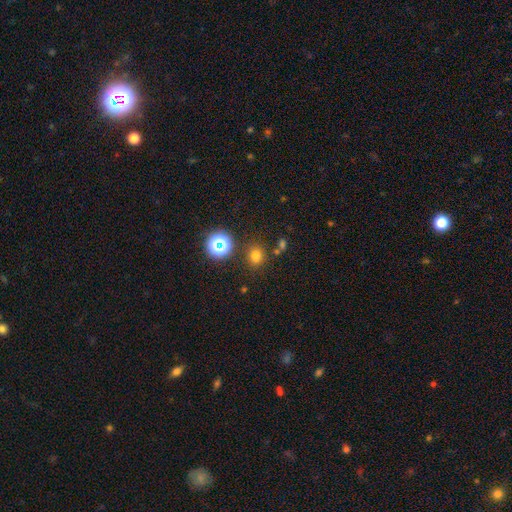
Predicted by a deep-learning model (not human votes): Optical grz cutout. It shows a smooth galaxy with no disk features (71%) that is round (73%). Merging: none (80%).